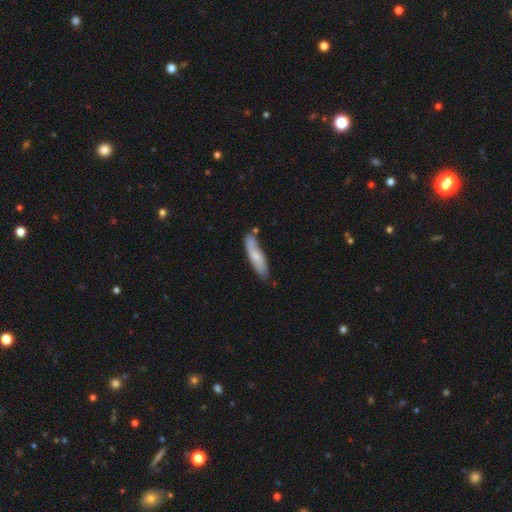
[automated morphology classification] A smooth galaxy with no disk features (62%) that is cigar-shaped (70%).

Vote fractions:
- Smooth or featured? smooth: 62% / featured or disk: 32% / star or artifact: 6%
- How rounded? cigar-shaped: 70% / in between: 29% / round: 2%
- Merging? none: 70% / minor disturbance: 20% / merger: 6% / major disturbance: 4%